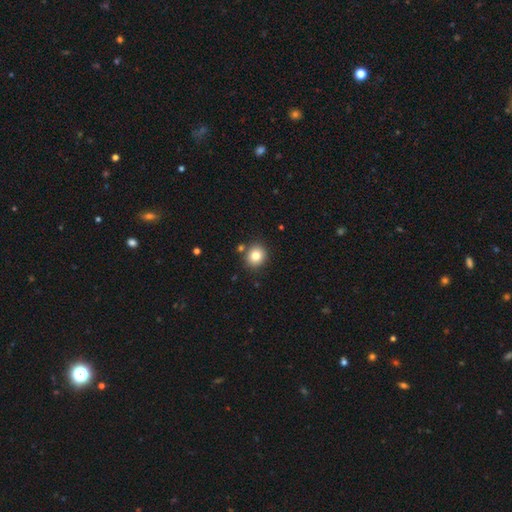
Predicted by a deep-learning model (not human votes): smooth 81%, star or artifact 11%, featured or disk 8%. Down the decision tree: how rounded — round (82%); merging — none (83%).